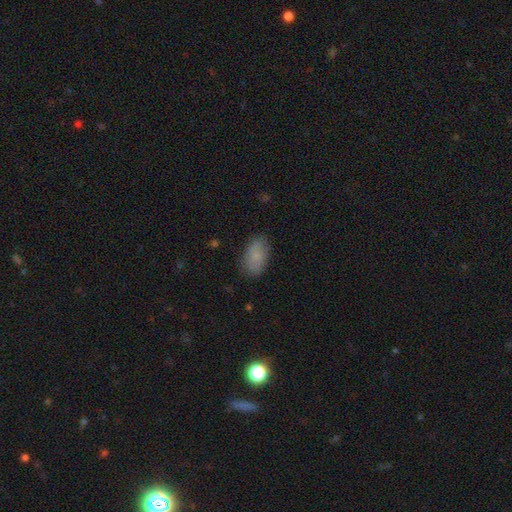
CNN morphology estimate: A smooth galaxy with no disk features (82%) that is in between round and cigar-shaped (93%).

Vote fractions:
- Smooth or featured? smooth: 82% / featured or disk: 10% / star or artifact: 8%
- How rounded? in between: 93% / round: 5% / cigar-shaped: 2%
- Merging? none: 81% / minor disturbance: 14% / major disturbance: 4% / merger: 1%